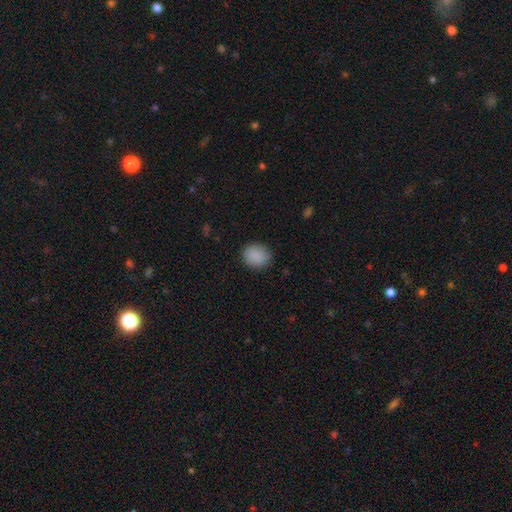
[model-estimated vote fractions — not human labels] Q: Smooth or featured?
A: smooth (88%); runner-up: star or artifact (8%)
Q: How rounded?
A: round (70%); runner-up: in between (29%)
Q: Merging?
A: none (86%); runner-up: minor disturbance (10%)